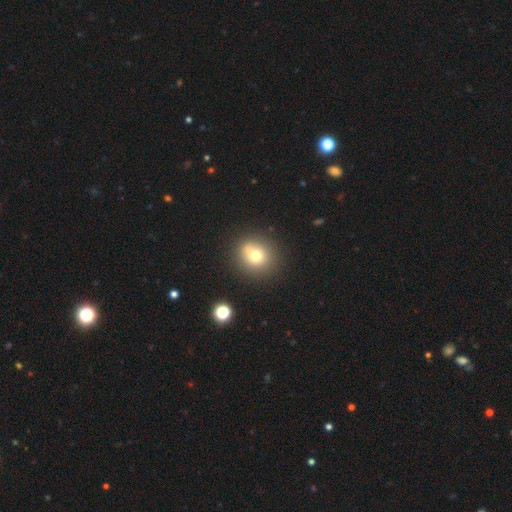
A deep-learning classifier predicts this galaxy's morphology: Smooth or featured? Predicted: smooth (p=0.71). How rounded? Predicted: round (p=0.84). Merging? Predicted: none (p=0.78).